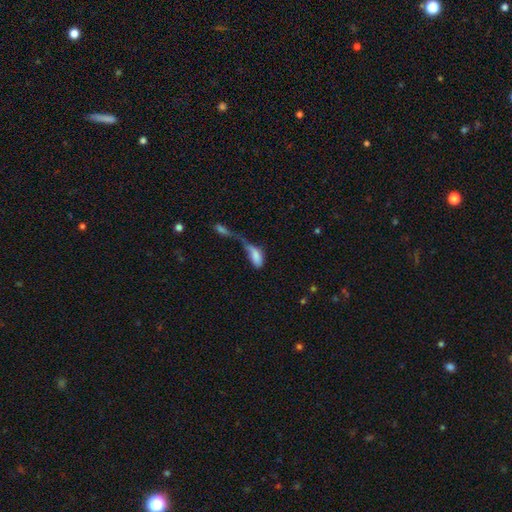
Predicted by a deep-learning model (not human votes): A smooth galaxy with no disk features (75%) that is in between round and cigar-shaped (85%). Merging: merger (54%).